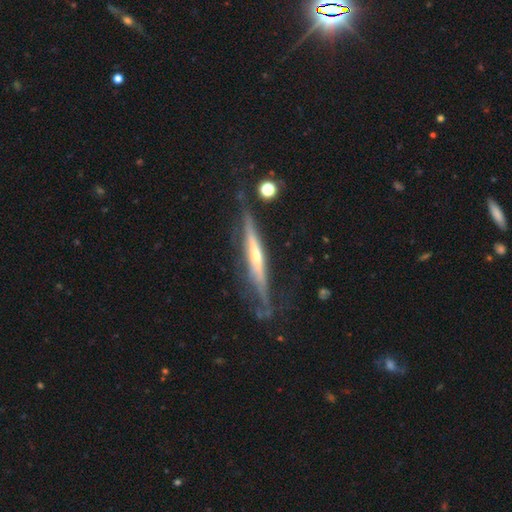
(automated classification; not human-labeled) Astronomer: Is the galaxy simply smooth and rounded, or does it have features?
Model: featured or disk — 80%.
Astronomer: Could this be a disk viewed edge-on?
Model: yes — 91%.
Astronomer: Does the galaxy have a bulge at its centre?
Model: rounded — 70%.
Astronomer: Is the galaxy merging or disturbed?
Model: none — 63%.